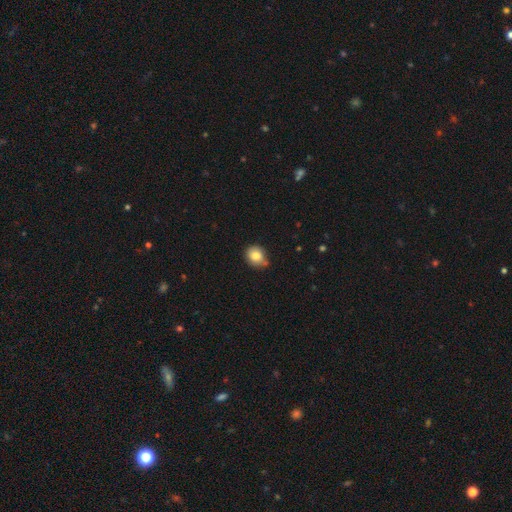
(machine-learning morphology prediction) Smooth or featured? smooth (82%)
How rounded? round (69%)
Merging? none (64%)